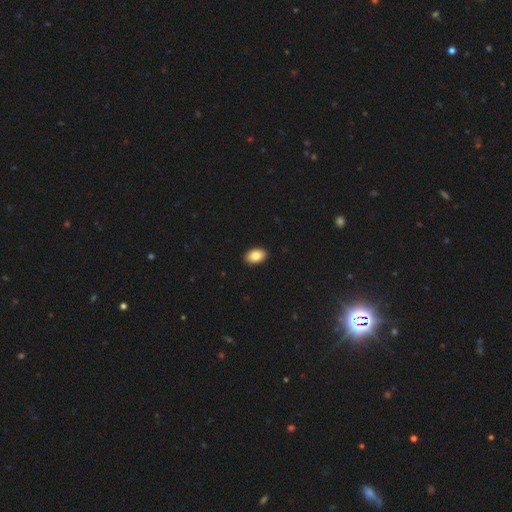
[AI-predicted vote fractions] Smooth or featured: smooth — 84% (featured or disk — 8%)
How rounded: in between — 88% (round — 11%)
Merging: none — 91% (minor disturbance — 6%)